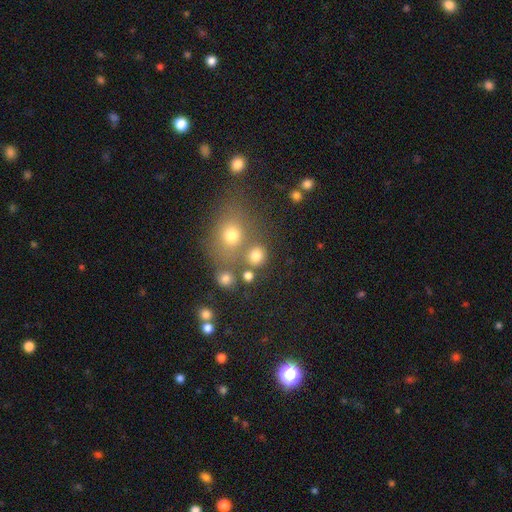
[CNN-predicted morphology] Smooth or featured? Predicted: smooth (p=0.76). How rounded? Predicted: round (p=0.79). Merging? Predicted: none (p=0.62).